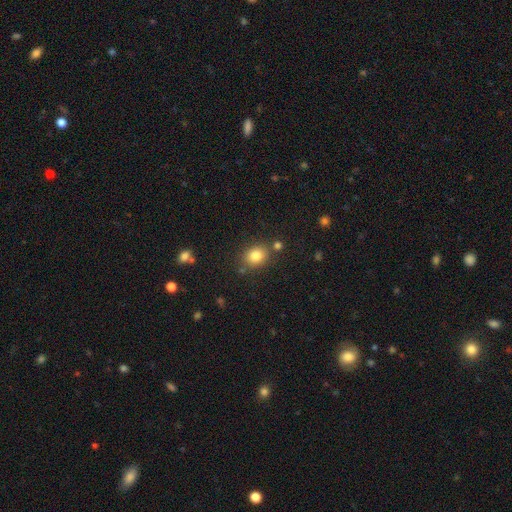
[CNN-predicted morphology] A smooth galaxy with no disk features (82%) that is round (54%).

Vote fractions:
- Smooth or featured? smooth: 82% / star or artifact: 11% / featured or disk: 7%
- How rounded? round: 54% / in between: 45% / cigar-shaped: 1%
- Merging? none: 78% / minor disturbance: 11% / merger: 7% / major disturbance: 3%